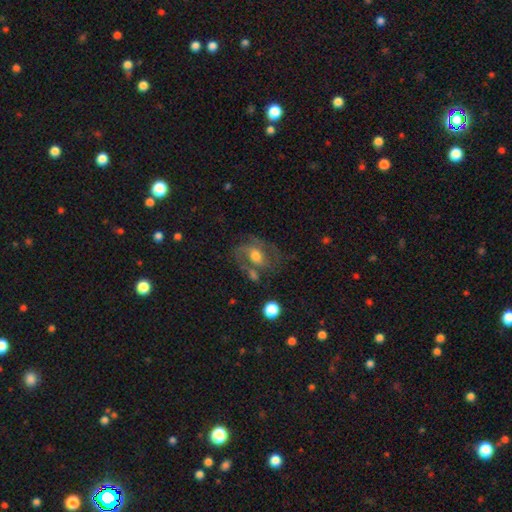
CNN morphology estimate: Smooth or featured? Predicted: featured or disk (p=0.62). Edge-on disk? Predicted: no (p=0.96). Bar? Predicted: no (p=0.53). Spiral arms? Predicted: yes (p=0.76). Bulge size? Predicted: moderate (p=0.64). Merging? Predicted: none (p=0.47).